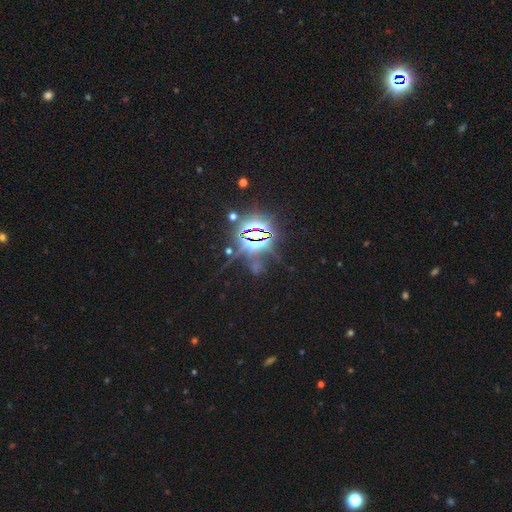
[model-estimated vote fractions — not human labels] Morphology: type=star or artifact (86%).